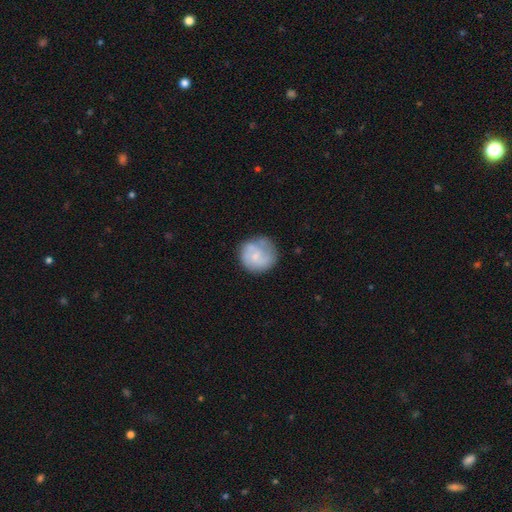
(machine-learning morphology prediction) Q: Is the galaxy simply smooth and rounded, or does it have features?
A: smooth — 48%.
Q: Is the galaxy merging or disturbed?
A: none — 67%.